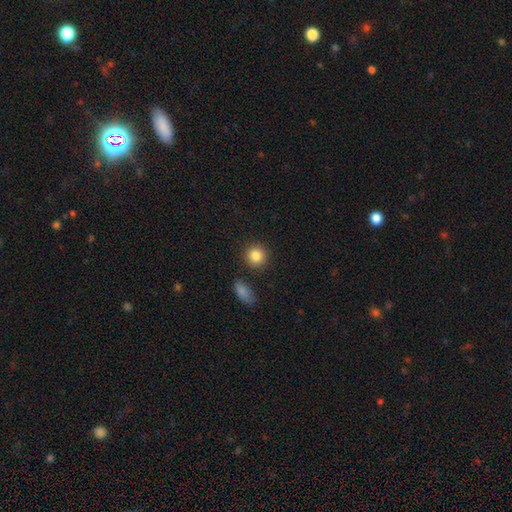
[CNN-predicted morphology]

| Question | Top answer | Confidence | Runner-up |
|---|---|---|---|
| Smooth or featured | smooth | 86% | star or artifact (9%) |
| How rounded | round | 89% | in between (10%) |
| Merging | none | 86% | minor disturbance (7%) |